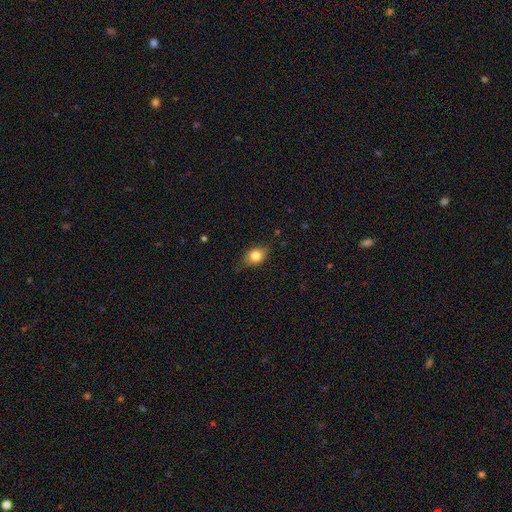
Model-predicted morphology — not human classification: A smooth galaxy with no disk features (75%) that is in between round and cigar-shaped (63%).

Vote fractions:
- Smooth or featured? smooth: 75% / featured or disk: 16% / star or artifact: 9%
- How rounded? in between: 63% / round: 34% / cigar-shaped: 3%
- Merging? none: 70% / minor disturbance: 23% / major disturbance: 5% / merger: 1%